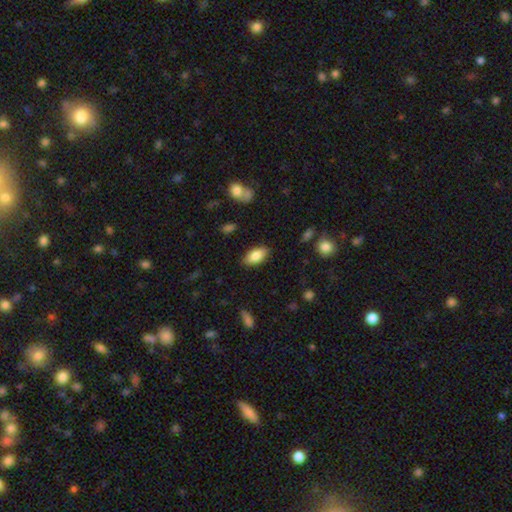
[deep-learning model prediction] smooth-or-featured: smooth: 84% | featured or disk: 9% | star or artifact: 7%
  how-rounded: in between: 92% | cigar-shaped: 5% | round: 3%
  merging: none: 84% | minor disturbance: 12% | major disturbance: 3% | merger: 1%